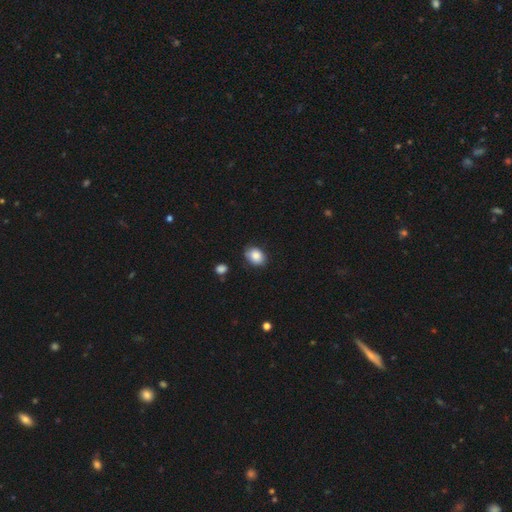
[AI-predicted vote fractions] Smooth or featured? smooth (86%)
How rounded? in between (67%)
Merging? none (81%)